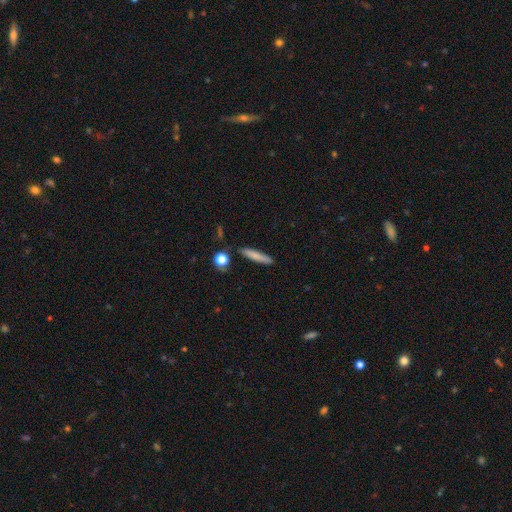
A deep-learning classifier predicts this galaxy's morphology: smooth-or-featured: smooth: 79% | featured or disk: 14% | star or artifact: 7%
  how-rounded: cigar-shaped: 89% | in between: 9% | round: 2%
  merging: none: 85% | minor disturbance: 10% | merger: 3% | major disturbance: 2%